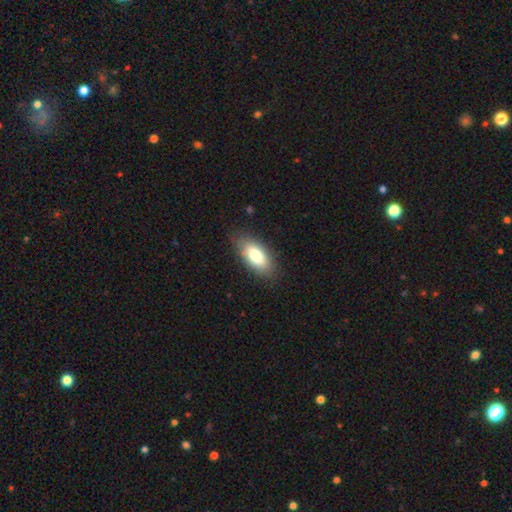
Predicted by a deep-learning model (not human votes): Overall: smooth (80%). How rounded: in between (88%). Merging: none (83%).